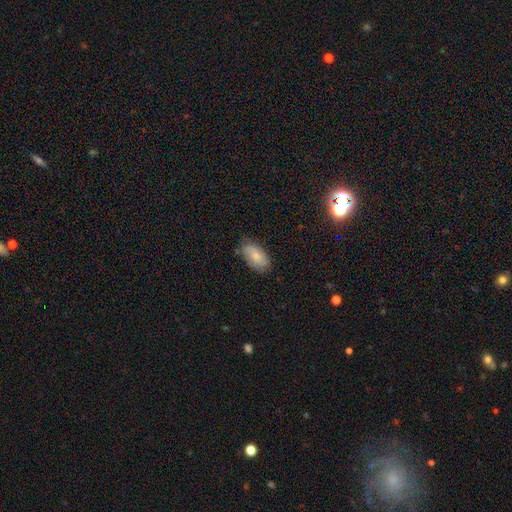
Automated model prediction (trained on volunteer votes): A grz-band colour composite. It shows a smooth galaxy with no disk features (77%) that is in between round and cigar-shaped (94%). Merging: none (72%).